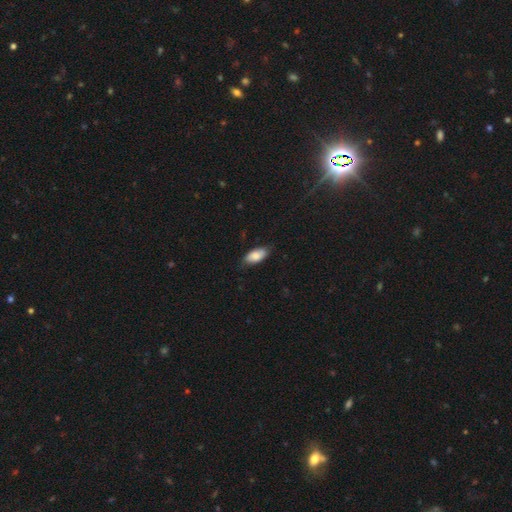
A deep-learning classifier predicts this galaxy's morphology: A smooth galaxy with no disk features (81%) that is in between round and cigar-shaped (91%).

Vote fractions:
- Smooth or featured? smooth: 81% / featured or disk: 12% / star or artifact: 6%
- How rounded? in between: 91% / cigar-shaped: 7% / round: 3%
- Merging? none: 75% / minor disturbance: 20% / major disturbance: 4% / merger: 1%